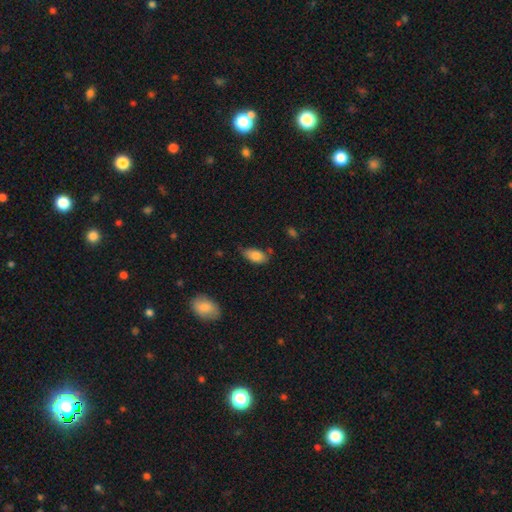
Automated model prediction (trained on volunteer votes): smooth 82%, featured or disk 11%, star or artifact 7%. Down the decision tree: how rounded — in between (91%); merging — none (61%).